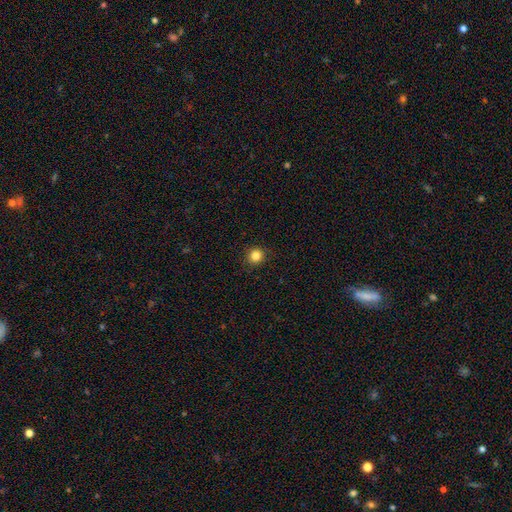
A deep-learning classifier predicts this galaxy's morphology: Smooth or featured? Predicted: smooth (p=0.84). How rounded? Predicted: round (p=0.93). Merging? Predicted: none (p=0.91).